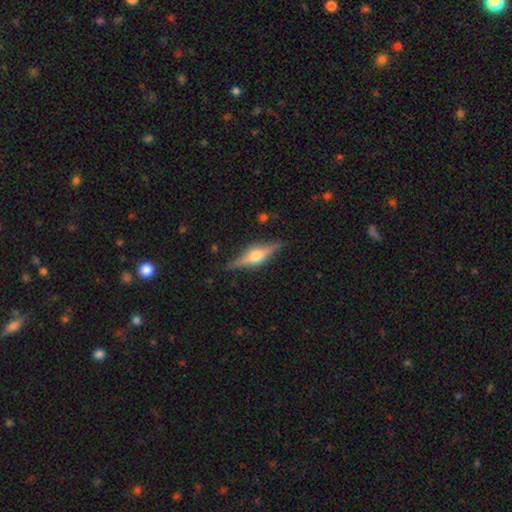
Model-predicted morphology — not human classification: Smooth or featured? Predicted: featured or disk (p=0.73). Edge-on disk? Predicted: yes (p=0.97). Edge-on bulge? Predicted: rounded (p=0.91). Merging? Predicted: none (p=0.87).